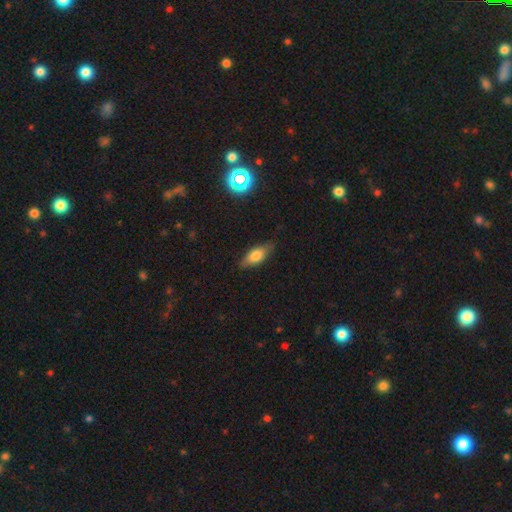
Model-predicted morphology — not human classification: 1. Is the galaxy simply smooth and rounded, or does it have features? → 68% smooth, 24% featured or disk, 8% star or artifact.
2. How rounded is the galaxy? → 76% in between, 21% cigar-shaped, 3% round.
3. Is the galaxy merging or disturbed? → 81% none, 15% minor disturbance, 3% major disturbance, 1% merger.